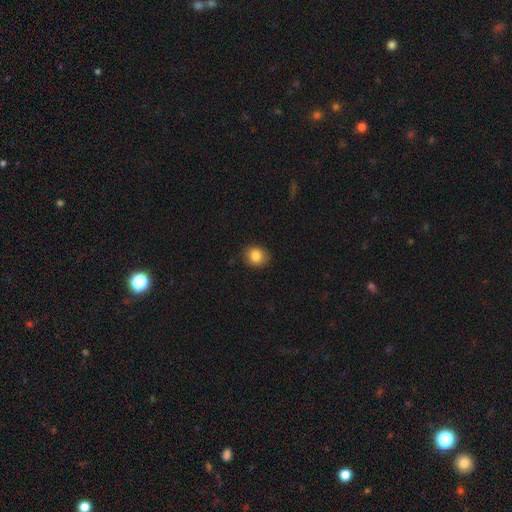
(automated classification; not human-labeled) A smooth galaxy with no disk features (86%) that is round (72%). Merging: none (85%).